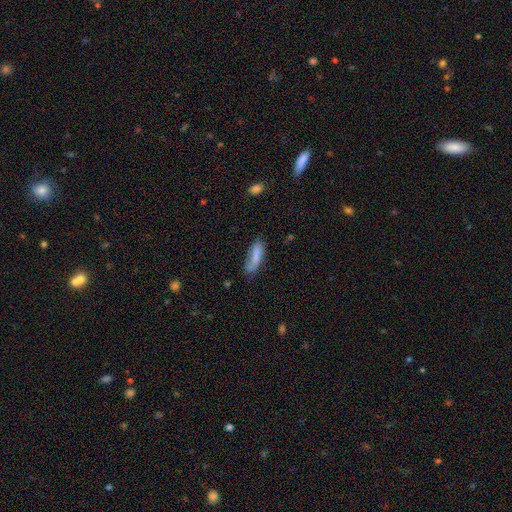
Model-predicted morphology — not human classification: smooth-or-featured: smooth: 74% | featured or disk: 19% | star or artifact: 7%
  how-rounded: in between: 56% | cigar-shaped: 42% | round: 2%
  merging: none: 53% | minor disturbance: 29% | major disturbance: 13% | merger: 6%